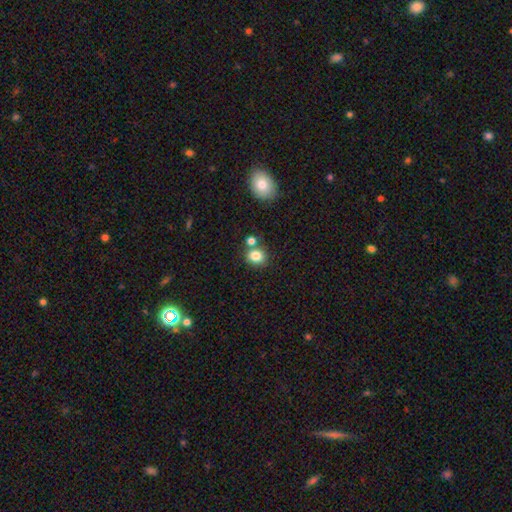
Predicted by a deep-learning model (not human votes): Smooth or featured: smooth — 82% (star or artifact — 11%)
How rounded: round — 65% (in between — 34%)
Merging: none — 64% (merger — 21%)